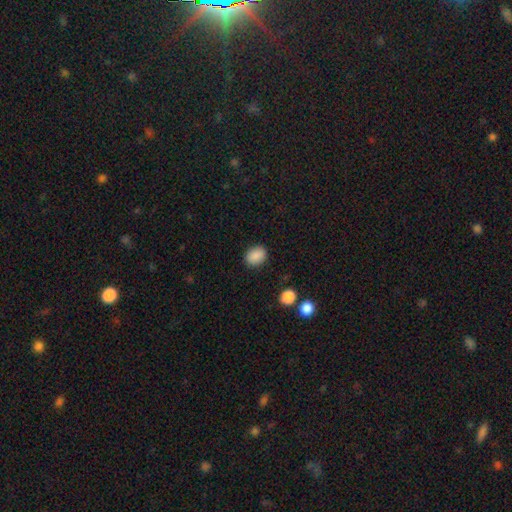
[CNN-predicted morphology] smooth 88%, star or artifact 9%, featured or disk 3%. Down the decision tree: how rounded — in between (60%); merging — none (88%).